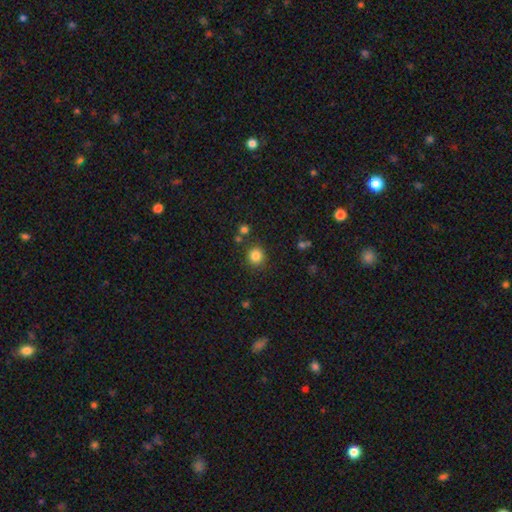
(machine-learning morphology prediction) Overall: smooth (83%). How rounded: round (90%). Merging: none (85%).